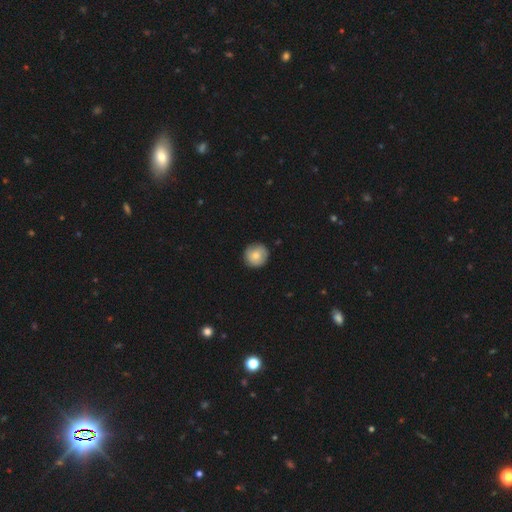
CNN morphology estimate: Smooth or featured? Predicted: smooth (p=0.77). How rounded? Predicted: round (p=0.95). Merging? Predicted: none (p=0.87).